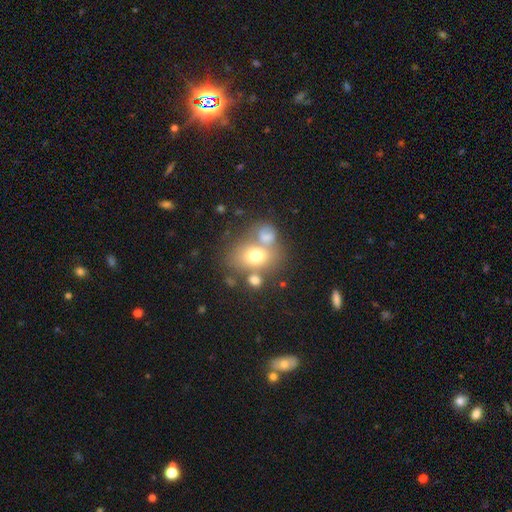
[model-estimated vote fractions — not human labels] Q: Smooth or featured?
A: smooth (67%); runner-up: featured or disk (21%)
Q: How rounded?
A: in between (58%); runner-up: round (41%)
Q: Merging?
A: none (45%); runner-up: merger (33%)